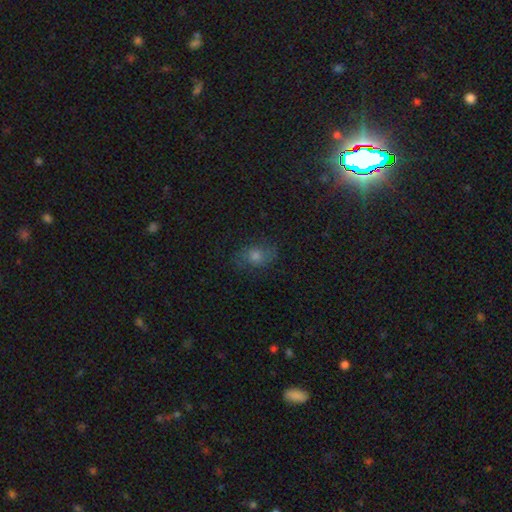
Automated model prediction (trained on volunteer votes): smooth-or-featured: smooth: 46% | featured or disk: 27% | star or artifact: 27%
  merging: none: 76% | minor disturbance: 16% | major disturbance: 6% | merger: 1%